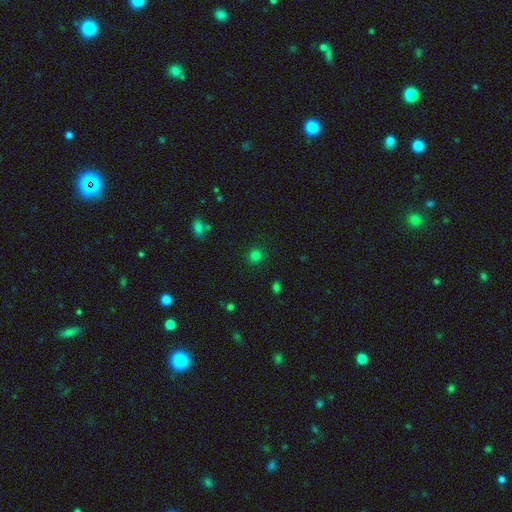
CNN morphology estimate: A smooth galaxy with no disk features (78%) that is round (91%).

Vote fractions:
- Smooth or featured? smooth: 78% / star or artifact: 18% / featured or disk: 4%
- How rounded? round: 91% / in between: 8% / cigar-shaped: 1%
- Merging? none: 88% / minor disturbance: 8% / major disturbance: 3% / merger: 2%